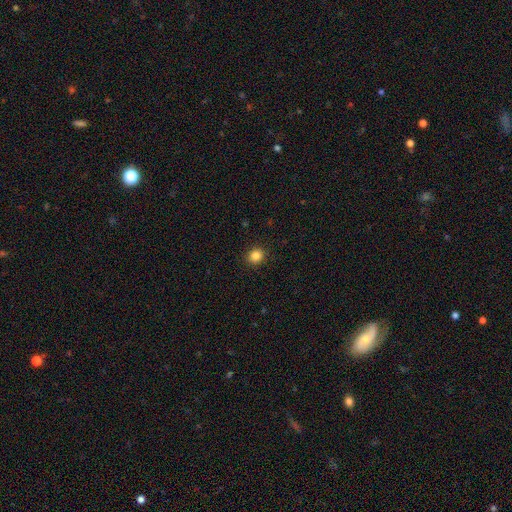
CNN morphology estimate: Q: Smooth or featured?
A: smooth (84%); runner-up: star or artifact (12%)
Q: How rounded?
A: round (85%); runner-up: in between (14%)
Q: Merging?
A: none (92%); runner-up: minor disturbance (6%)